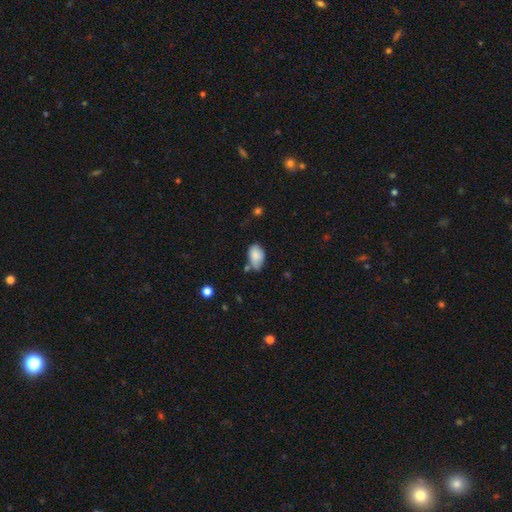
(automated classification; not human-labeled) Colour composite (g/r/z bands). It shows a smooth galaxy with no disk features (84%) that is in between round and cigar-shaped (91%). Merging: none (51%).